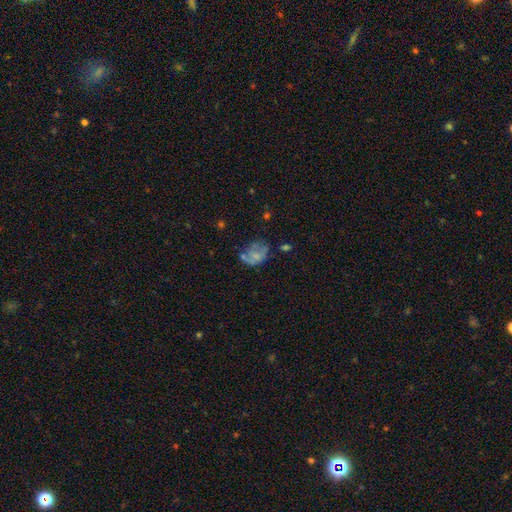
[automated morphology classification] This appears to be a smooth galaxy with no disk features (48%). Merging: none (35%).